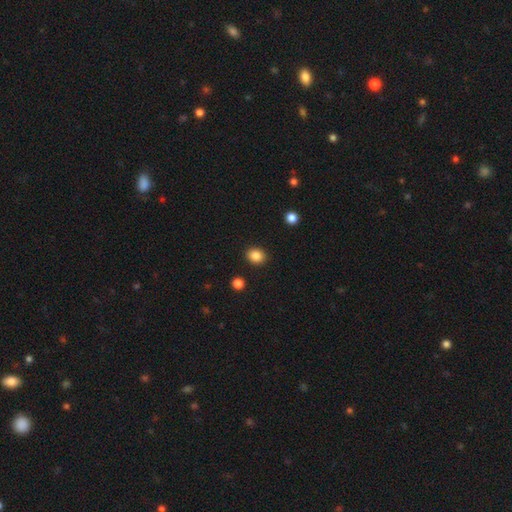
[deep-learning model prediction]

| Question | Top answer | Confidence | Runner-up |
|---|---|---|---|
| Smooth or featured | smooth | 86% | star or artifact (10%) |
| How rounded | round | 65% | in between (34%) |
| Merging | none | 90% | minor disturbance (6%) |